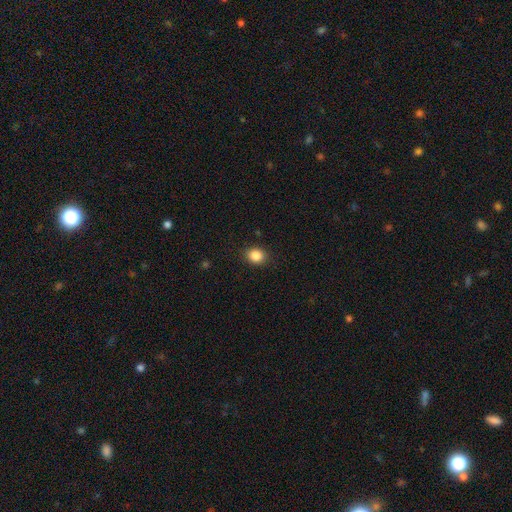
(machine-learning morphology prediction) This appears to be a smooth galaxy with no disk features (86%) that is round (62%). Merging: none (89%).